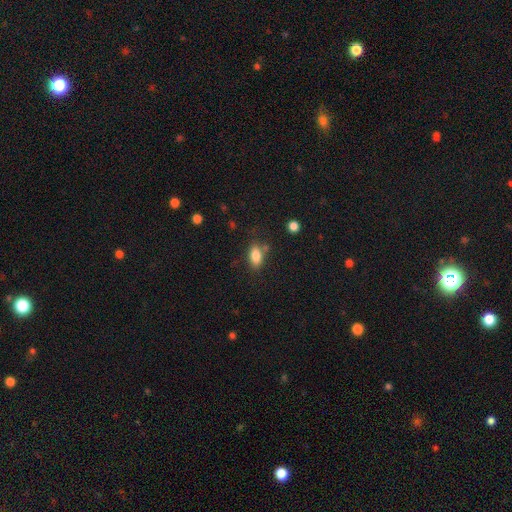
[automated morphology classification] smooth 82%, featured or disk 10%, star or artifact 8%. Down the decision tree: how rounded — in between (87%); merging — none (71%).